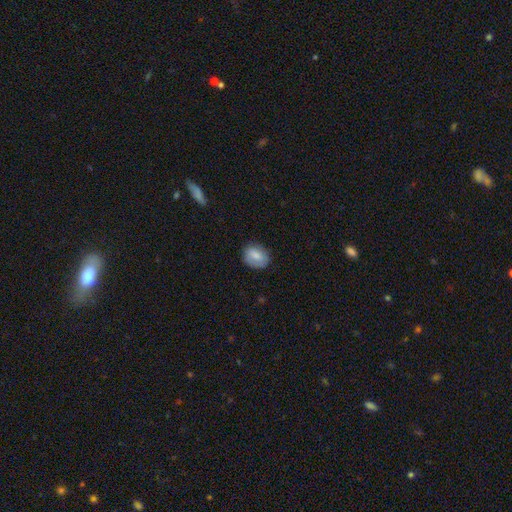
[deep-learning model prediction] smooth_or_featured: smooth (p=0.76) [alt: featured or disk p=0.17]
how_rounded: in between (p=0.60) [alt: round p=0.39]
merging: none (p=0.75) [alt: minor disturbance p=0.19]